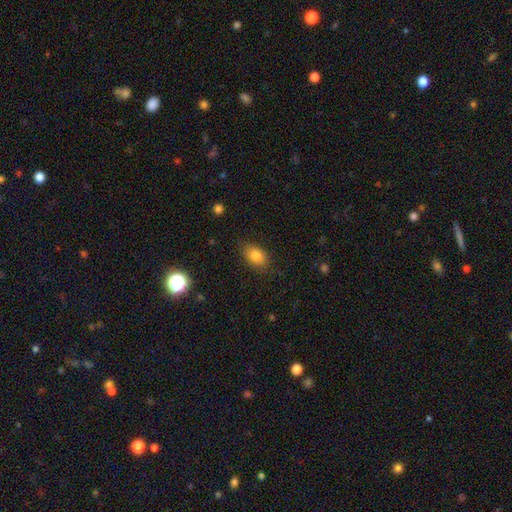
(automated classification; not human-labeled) The model was most divided on "how rounded": in between: 82%, round: 16%, cigar-shaped: 2%. More confident: smooth or featured — smooth (82%); merging — none (82%).